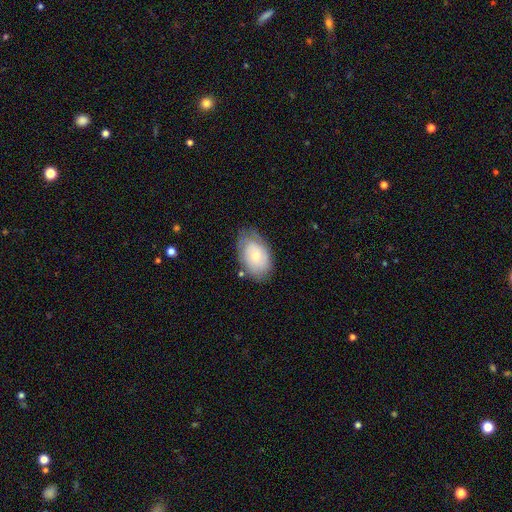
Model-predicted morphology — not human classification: Smooth or featured?
  - smooth: 60% *
  - featured or disk: 33%
  - star or artifact: 7%
How rounded?
  - in between: 89% *
  - round: 10%
  - cigar-shaped: 1%
Merging?
  - none: 67% *
  - minor disturbance: 24%
  - major disturbance: 6%
  - merger: 3%